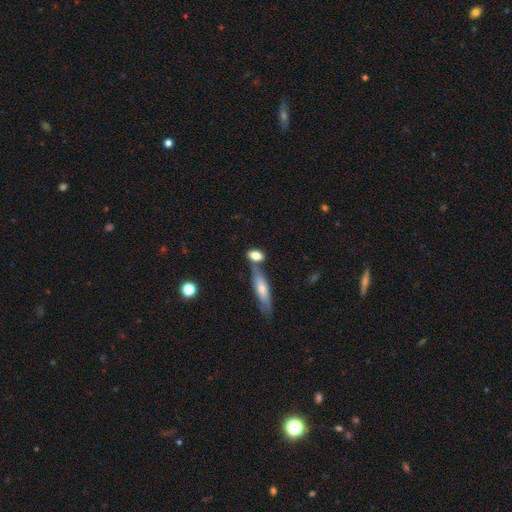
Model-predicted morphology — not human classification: Smooth or featured: smooth — 78% (featured or disk — 15%)
How rounded: in between — 72% (cigar-shaped — 16%)
Merging: none — 53% (merger — 29%)